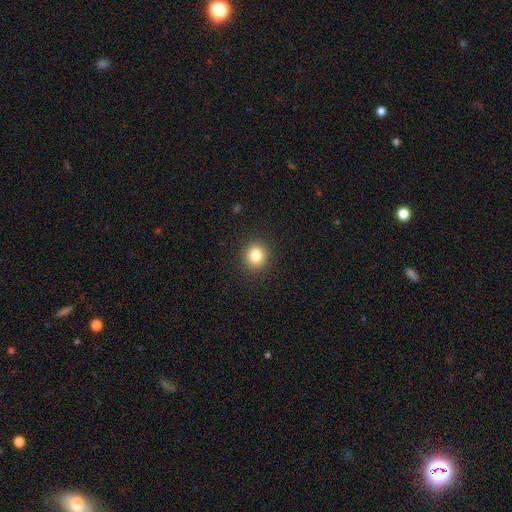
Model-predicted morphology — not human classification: A smooth galaxy with no disk features (82%) that is round (80%). Merging: none (90%).